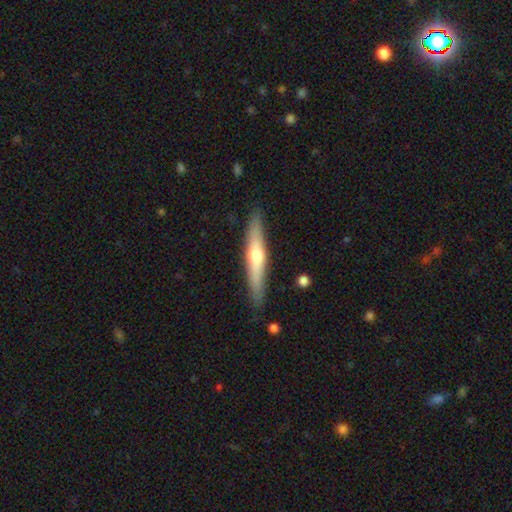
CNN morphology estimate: Smooth or featured? Predicted: featured or disk (p=0.54). Edge-on disk? Predicted: yes (p=0.94). Edge-on bulge? Predicted: rounded (p=0.88). Merging? Predicted: none (p=0.89).